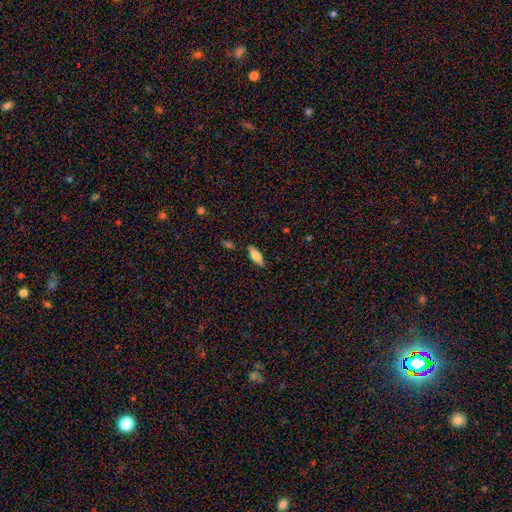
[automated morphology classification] Q: Smooth or featured?
A: smooth (72%); runner-up: featured or disk (21%)
Q: How rounded?
A: in between (65%); runner-up: cigar-shaped (33%)
Q: Merging?
A: none (85%); runner-up: minor disturbance (11%)